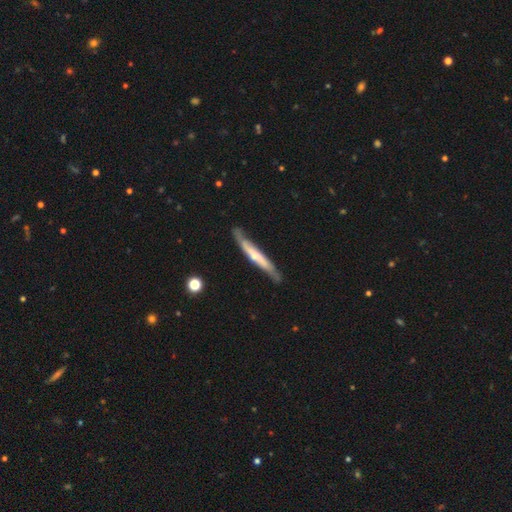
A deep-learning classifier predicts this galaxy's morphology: type=featured or disk (58%); edge-on=yes (79%); merging=none (71%).